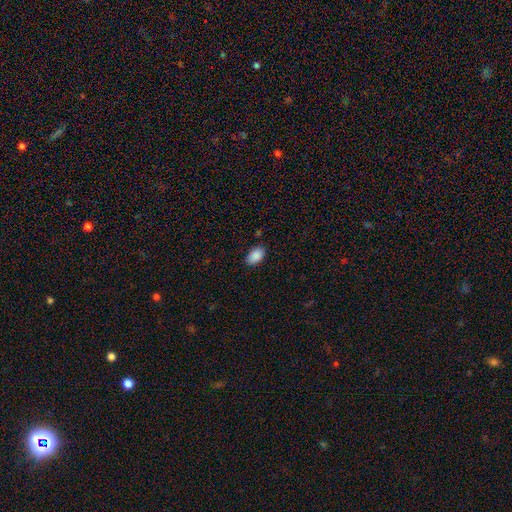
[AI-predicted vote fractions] Smooth or featured?
  - smooth: 89% *
  - star or artifact: 7%
  - featured or disk: 4%
How rounded?
  - in between: 91% *
  - round: 8%
  - cigar-shaped: 1%
Merging?
  - none: 85% *
  - minor disturbance: 11%
  - major disturbance: 2%
  - merger: 1%